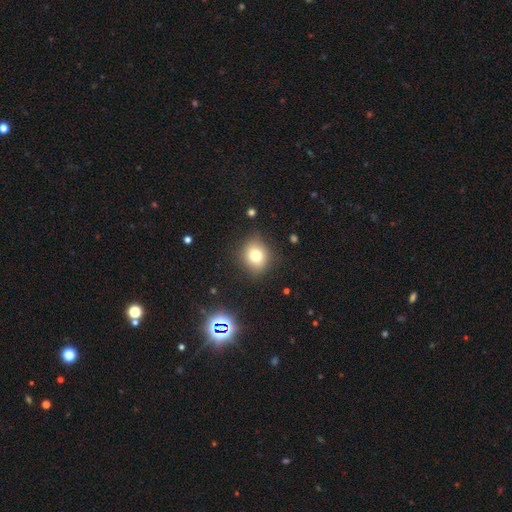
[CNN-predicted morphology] Smooth or featured?
  - smooth: 76% *
  - star or artifact: 13%
  - featured or disk: 11%
How rounded?
  - round: 71% *
  - in between: 28%
  - cigar-shaped: 1%
Merging?
  - none: 84% *
  - minor disturbance: 12%
  - major disturbance: 3%
  - merger: 1%